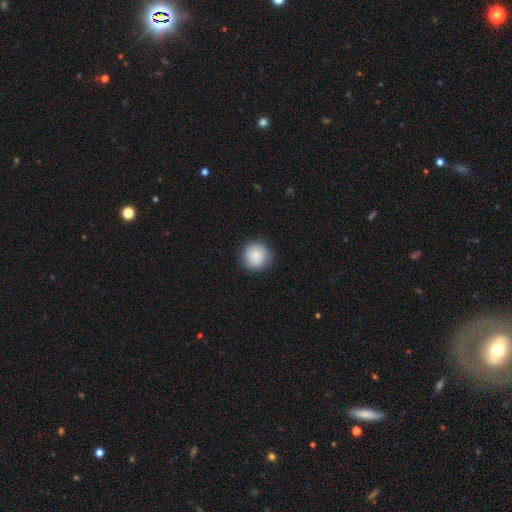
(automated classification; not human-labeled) The model was most divided on "smooth or featured": smooth: 85%, star or artifact: 8%, featured or disk: 7%. More confident: how rounded — round (94%); merging — none (89%).